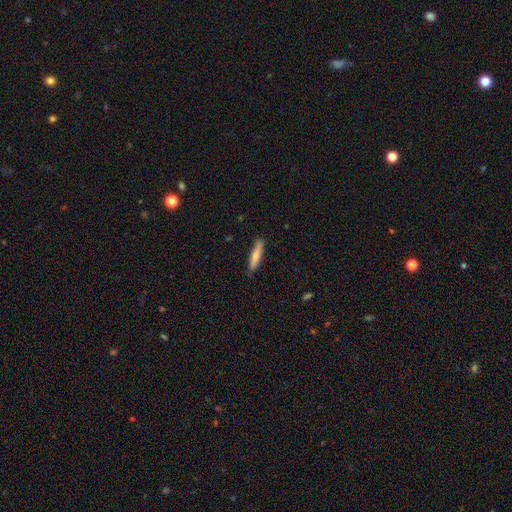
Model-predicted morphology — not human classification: Smooth or featured: smooth — 75% (featured or disk — 19%)
How rounded: cigar-shaped — 84% (in between — 15%)
Merging: none — 86% (minor disturbance — 11%)